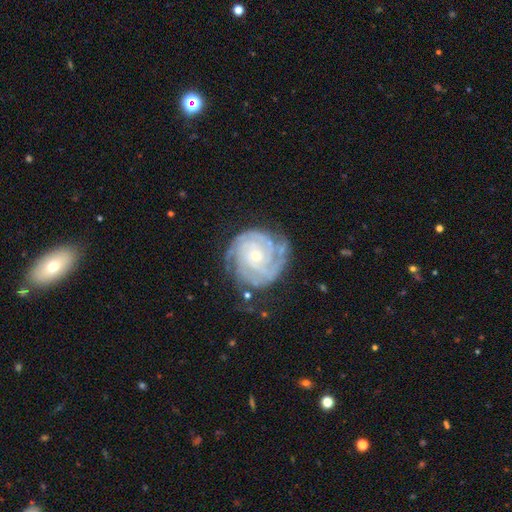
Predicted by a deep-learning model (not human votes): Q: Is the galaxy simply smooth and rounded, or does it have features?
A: featured or disk — 89%.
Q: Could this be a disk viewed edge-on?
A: no — 98%.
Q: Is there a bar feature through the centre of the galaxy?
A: no — 74%.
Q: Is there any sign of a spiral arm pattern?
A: yes — 97%.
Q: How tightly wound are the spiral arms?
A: tight — 79%.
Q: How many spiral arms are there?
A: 3 — 26%.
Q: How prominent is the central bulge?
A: small — 74%.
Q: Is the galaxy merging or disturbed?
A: none — 71%.